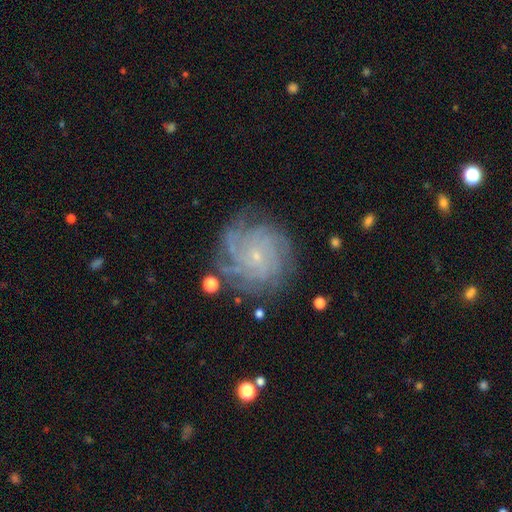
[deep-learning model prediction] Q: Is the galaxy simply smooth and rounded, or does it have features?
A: featured or disk — 82%.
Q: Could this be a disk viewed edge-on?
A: no — 98%.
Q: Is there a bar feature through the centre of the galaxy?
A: no — 79%.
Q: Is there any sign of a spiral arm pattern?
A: yes — 96%.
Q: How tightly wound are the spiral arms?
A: tight — 72%.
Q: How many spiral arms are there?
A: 4 — 27%.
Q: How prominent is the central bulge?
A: small — 88%.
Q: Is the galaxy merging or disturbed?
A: none — 75%.